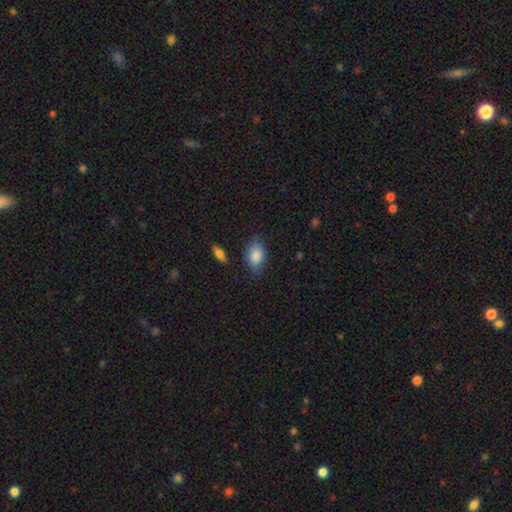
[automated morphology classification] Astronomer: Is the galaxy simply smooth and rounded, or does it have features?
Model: smooth — 85%.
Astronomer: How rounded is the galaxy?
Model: in between — 83%.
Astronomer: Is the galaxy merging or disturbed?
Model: none — 73%.